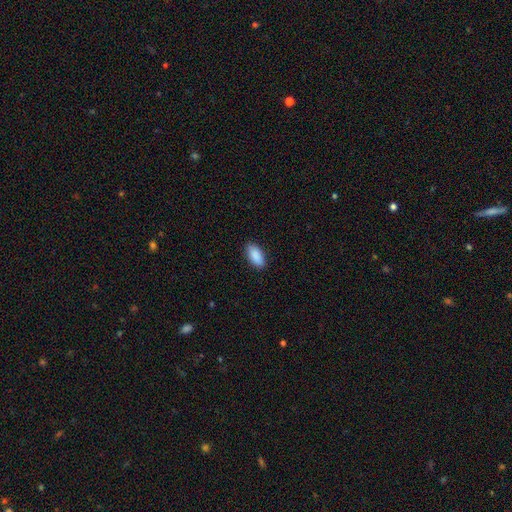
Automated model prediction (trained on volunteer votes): Overall: smooth (90%). How rounded: in between (90%). Merging: none (88%).